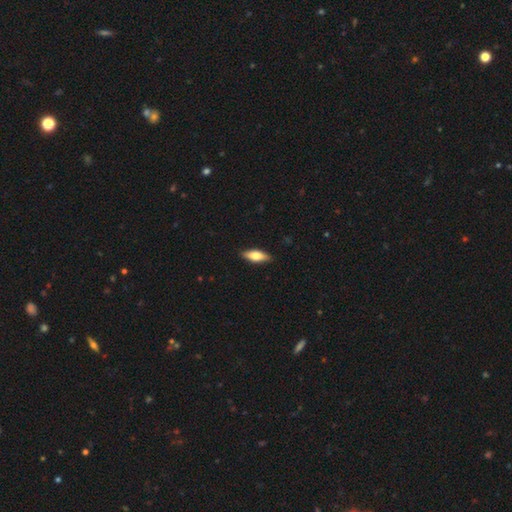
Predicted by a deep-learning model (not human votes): Overall: smooth (65%; featured or disk 29%). How rounded: in between (65%; cigar-shaped 32%). Merging: none (88%).